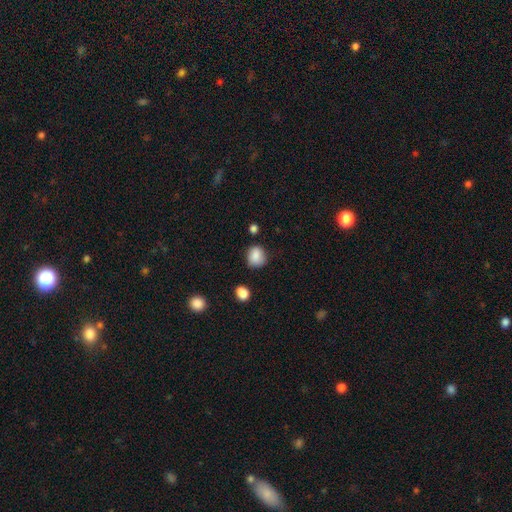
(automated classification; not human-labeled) The model was most divided on "how rounded": round: 66%, in between: 32%, cigar-shaped: 1%. More confident: smooth or featured — smooth (85%); merging — none (68%).